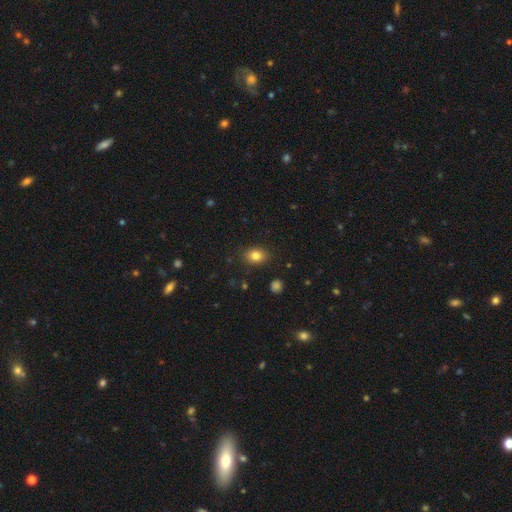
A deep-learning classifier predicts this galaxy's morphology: This appears to be a smooth galaxy with no disk features (82%) that is in between round and cigar-shaped (64%). Merging: none (87%).